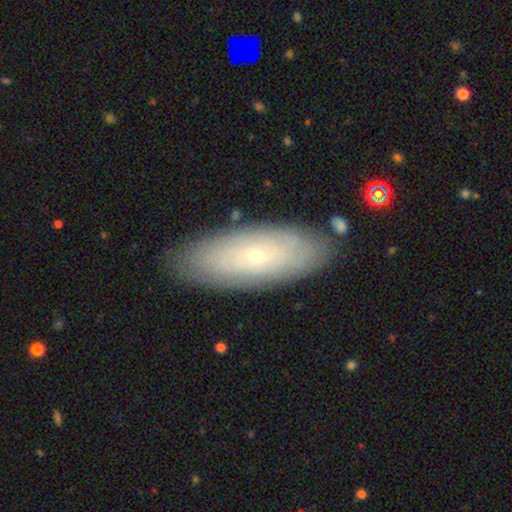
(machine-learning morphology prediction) Smooth or featured: featured or disk — 54% (smooth — 38%)
Edge-on disk: no — 80% (yes — 20%)
Merging: none — 86% (minor disturbance — 11%)